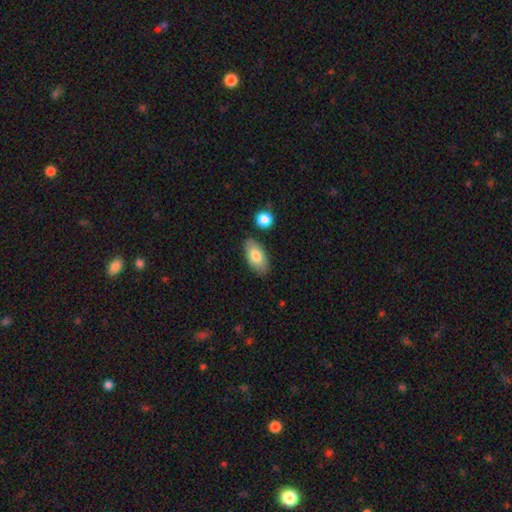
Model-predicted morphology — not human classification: Smooth or featured: smooth — 78% (featured or disk — 16%)
How rounded: in between — 92% (cigar-shaped — 4%)
Merging: none — 81% (minor disturbance — 12%)